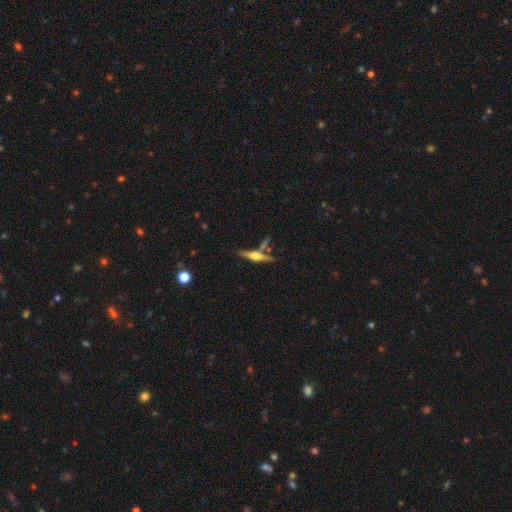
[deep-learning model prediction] Smooth or featured? featured or disk (72%)
Edge-on disk? yes (97%)
Edge-on bulge? rounded (92%)
Merging? none (73%)